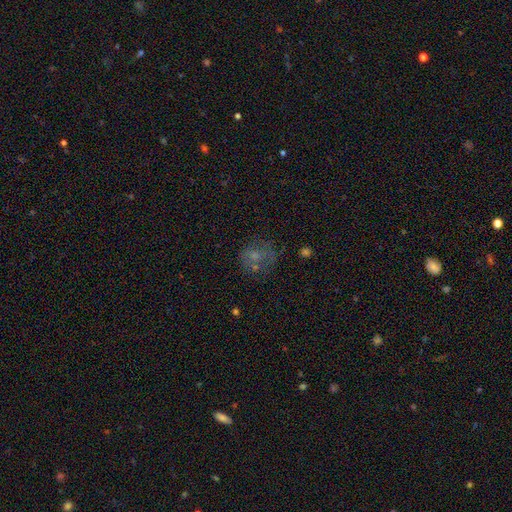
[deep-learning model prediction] This is possibly a smooth galaxy (48%). Merging: possibly none (53%).